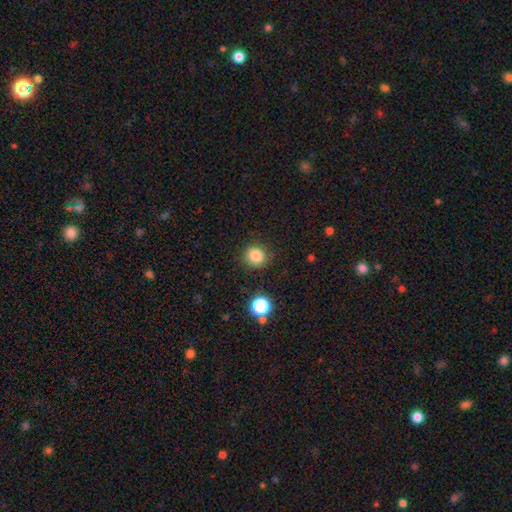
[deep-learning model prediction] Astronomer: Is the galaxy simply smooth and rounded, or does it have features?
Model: smooth — 84%.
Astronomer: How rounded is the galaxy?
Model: round — 87%.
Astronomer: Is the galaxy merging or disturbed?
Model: none — 86%.